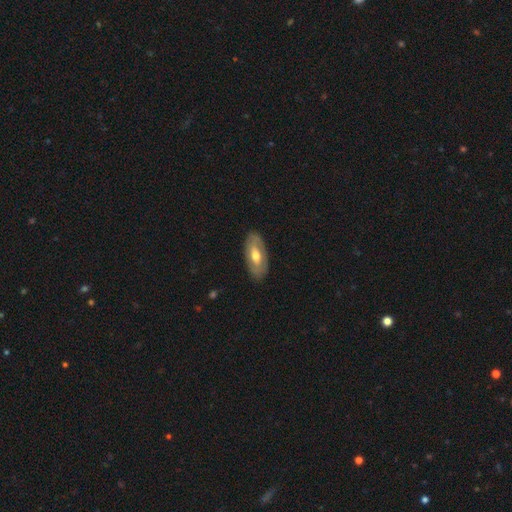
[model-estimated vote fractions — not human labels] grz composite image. It shows a featured or disk galaxy (49%). Merging: none (85%).